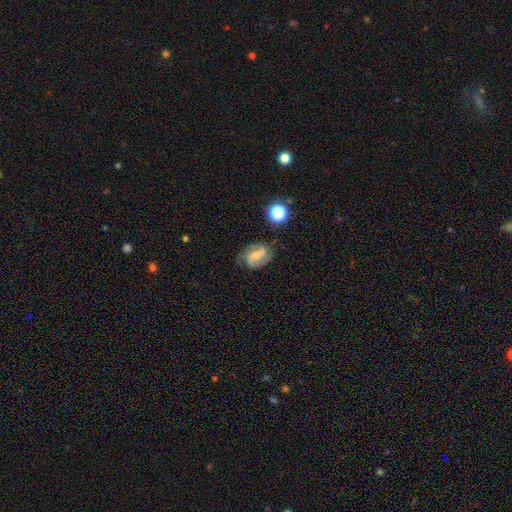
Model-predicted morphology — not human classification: Overall: featured or disk (78%). Edge-on disk: no (97%). Bar: weak (48%; strong 27%). Spiral arms: yes (95%). Spiral arm count: 2 (89%). Spiral winding: medium (50%; tight 26%). Bulge size: small (50%; moderate 36%). Merging: none (77%).